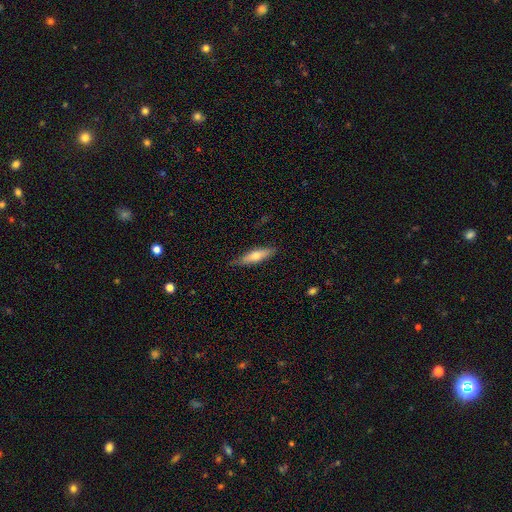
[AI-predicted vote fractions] Q: Smooth or featured?
A: smooth (57%); runner-up: featured or disk (37%)
Q: How rounded?
A: cigar-shaped (72%); runner-up: in between (26%)
Q: Merging?
A: none (82%); runner-up: minor disturbance (15%)